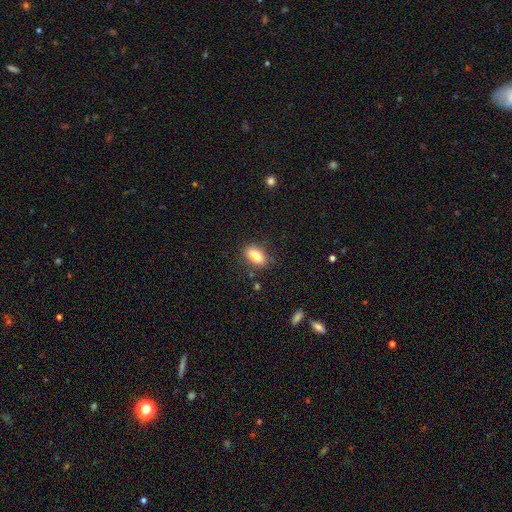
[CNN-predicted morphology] The model was most divided on "merging": none: 81%, minor disturbance: 13%, major disturbance: 4%, merger: 2%. More confident: how rounded — in between (86%); smooth or featured — smooth (85%).